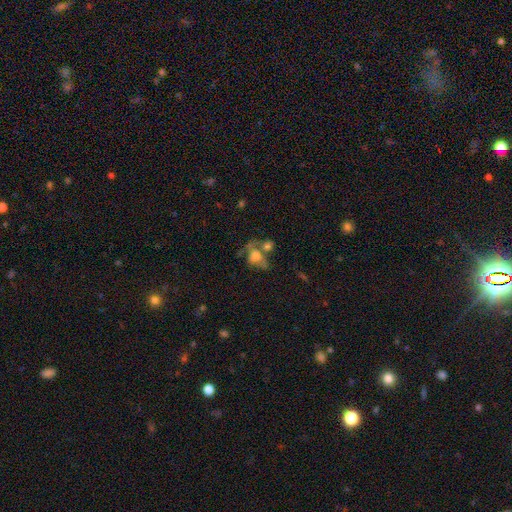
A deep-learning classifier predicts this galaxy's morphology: Smooth or featured?
  - smooth: 51% *
  - featured or disk: 36%
  - star or artifact: 13%
How rounded?
  - in between: 64% *
  - round: 33%
  - cigar-shaped: 2%
Merging?
  - merger: 41% *
  - major disturbance: 23%
  - none: 23%
  - minor disturbance: 14%